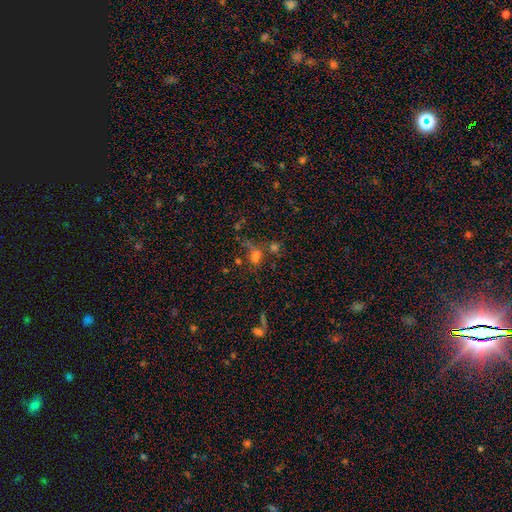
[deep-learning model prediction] Morphology: type=smooth (52%); roundness=in between (52%); merging=none (47%).